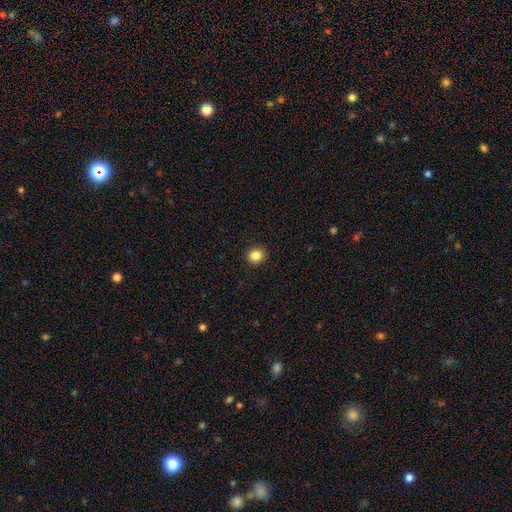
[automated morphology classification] A smooth galaxy with no disk features (85%) that is round (77%).

Vote fractions:
- Smooth or featured? smooth: 85% / star or artifact: 11% / featured or disk: 5%
- How rounded? round: 77% / in between: 23% / cigar-shaped: 1%
- Merging? none: 92% / minor disturbance: 6% / major disturbance: 2% / merger: 1%